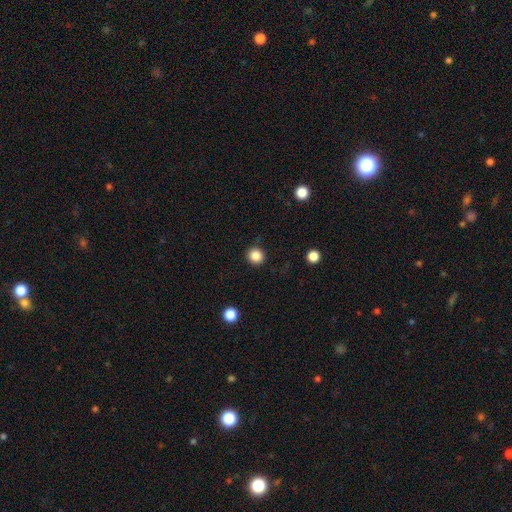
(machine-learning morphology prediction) Smooth or featured? Predicted: smooth (p=0.85). How rounded? Predicted: round (p=0.93). Merging? Predicted: none (p=0.89).